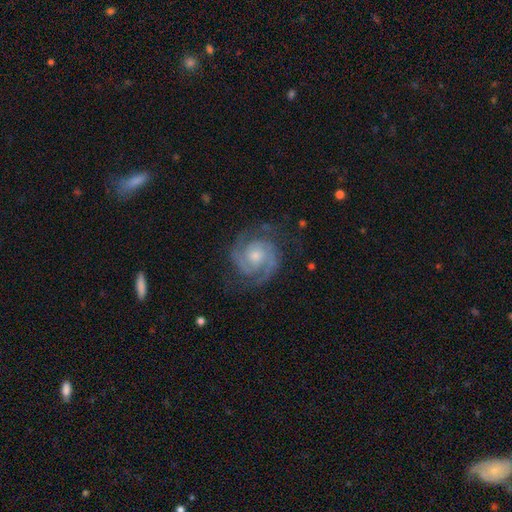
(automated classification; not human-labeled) Smooth or featured: featured or disk — 91% (star or artifact — 5%)
Edge-on disk: no — 98% (yes — 2%)
Bar: no — 70% (weak — 24%)
Spiral arms: yes — 98% (no — 2%)
Spiral winding: tight — 59% (medium — 37%)
Spiral arm count: 2 — 84% (3 — 7%)
Bulge size: small — 50% (moderate — 43%)
Merging: none — 78% (minor disturbance — 15%)